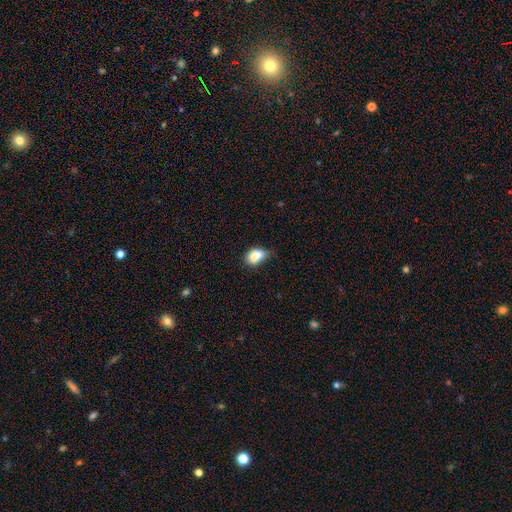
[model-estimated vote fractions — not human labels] Smooth or featured? smooth (84%)
How rounded? in between (78%)
Merging? none (45%)